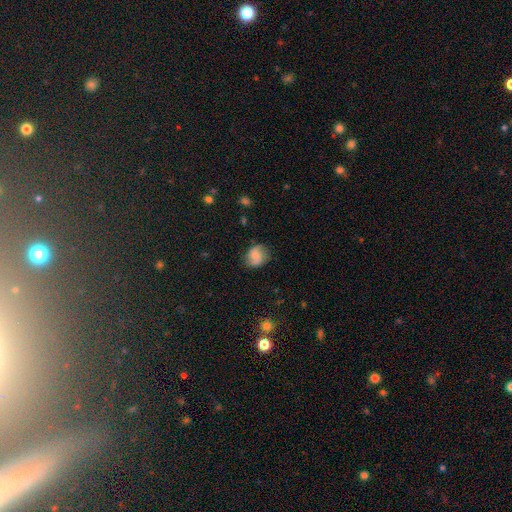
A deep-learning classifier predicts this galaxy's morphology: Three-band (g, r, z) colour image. It shows a smooth galaxy with no disk features (58%) that is round (63%). Merging: none (74%).